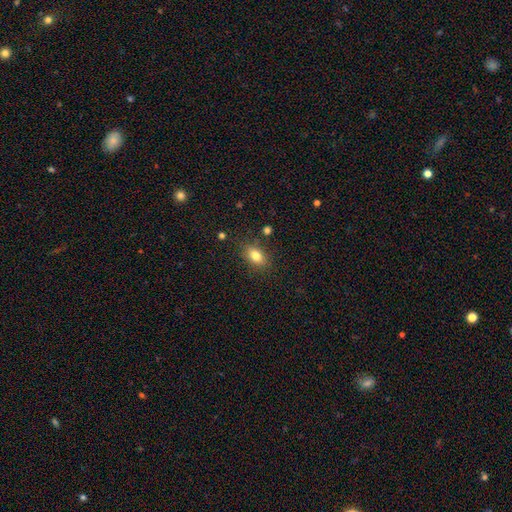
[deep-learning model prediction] This appears to be a smooth galaxy with no disk features (80%) that is in between round and cigar-shaped (84%). Merging: none (82%).